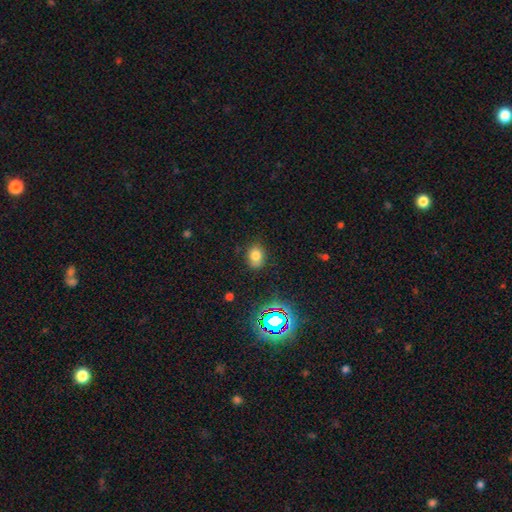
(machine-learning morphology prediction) This appears to be a smooth galaxy with no disk features (76%) that is in between round and cigar-shaped (60%). Merging: none (79%).